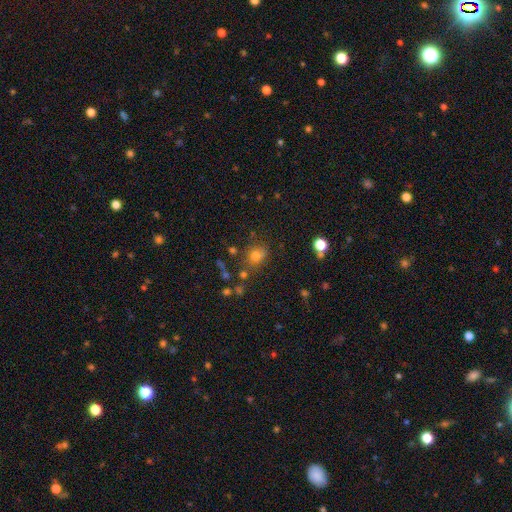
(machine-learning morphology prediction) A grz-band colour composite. It shows a smooth galaxy with no disk features (71%) that is round (62%). Merging: none (63%).